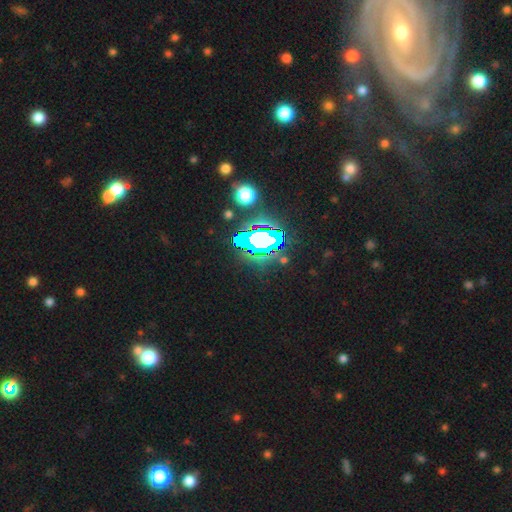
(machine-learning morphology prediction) Smooth or featured? Predicted: star or artifact (p=0.52).